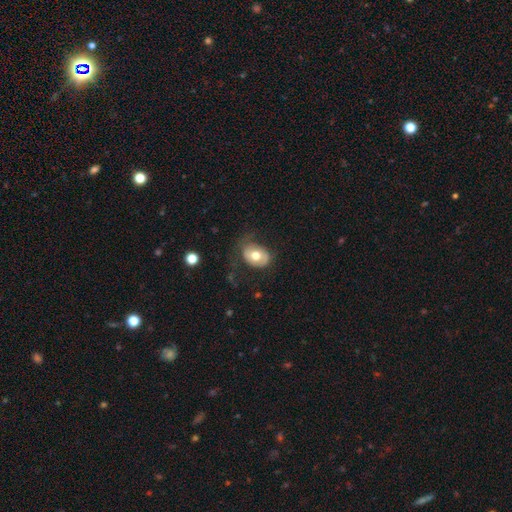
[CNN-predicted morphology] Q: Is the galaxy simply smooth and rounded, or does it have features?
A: smooth — 60%.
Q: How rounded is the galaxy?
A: in between — 63%.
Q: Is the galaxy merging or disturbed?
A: none — 56%.